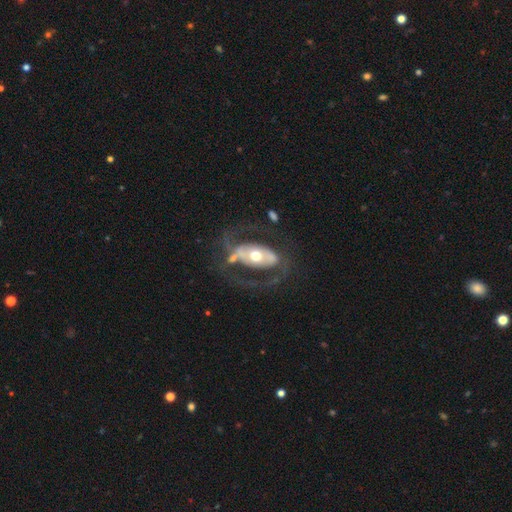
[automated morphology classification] The model was most divided on "bar": no: 43%, strong: 33%, weak: 24%. Remaining: edge-on disk — no (93%); spiral arm count — 2 (83%); smooth or featured — featured or disk (78%); spiral arms — yes (70%); bulge size — moderate (70%); merging — none (57%); spiral winding — medium (46%).